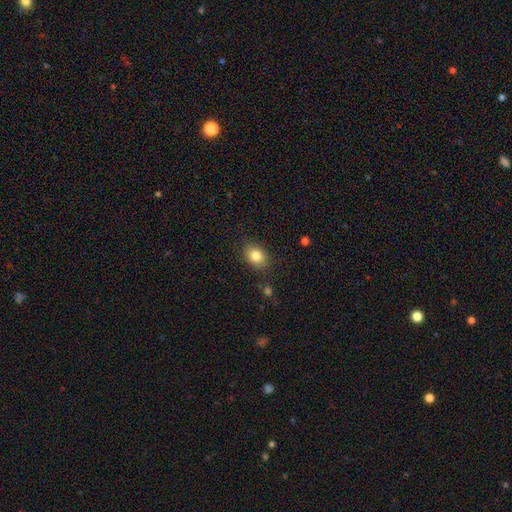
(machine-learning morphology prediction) Smooth or featured? smooth (83%)
How rounded? in between (60%)
Merging? none (84%)